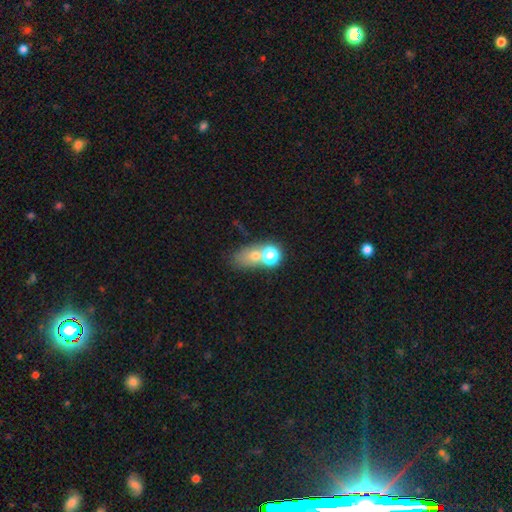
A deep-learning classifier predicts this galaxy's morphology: smooth_or_featured: smooth (p=0.62) [alt: featured or disk p=0.19]
how_rounded: in between (p=0.56) [alt: round p=0.42]
merging: merger (p=0.45) [alt: none p=0.36]